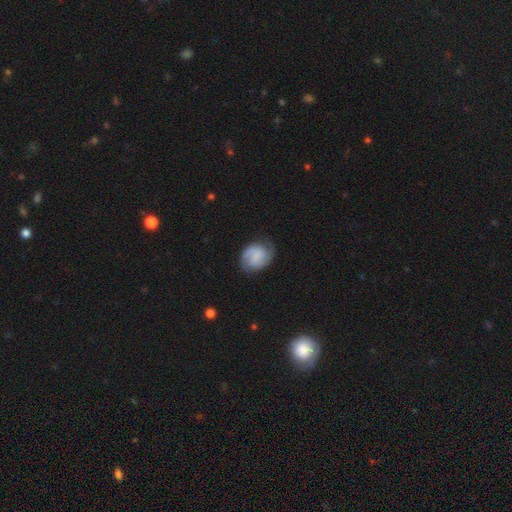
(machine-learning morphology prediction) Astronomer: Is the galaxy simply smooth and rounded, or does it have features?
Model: featured or disk — 55% (runner-up: smooth, 38%).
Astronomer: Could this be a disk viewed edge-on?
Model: no — 98%.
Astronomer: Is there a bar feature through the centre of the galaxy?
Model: weak — 46% (runner-up: no, 41%).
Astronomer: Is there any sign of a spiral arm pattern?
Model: yes — 91%.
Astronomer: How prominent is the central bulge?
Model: none — 53% (runner-up: small, 29%).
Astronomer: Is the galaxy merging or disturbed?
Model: none — 72%.